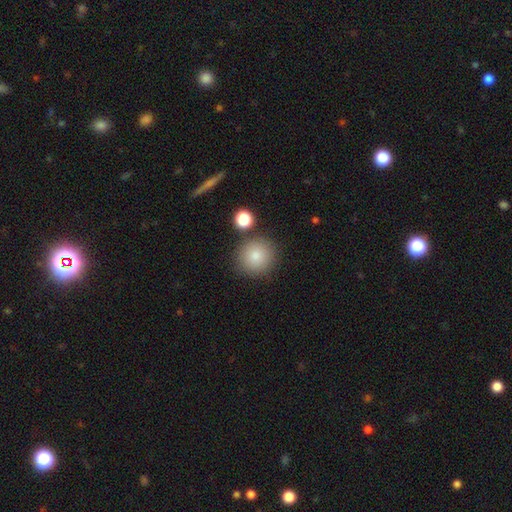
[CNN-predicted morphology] Smooth or featured? smooth (85%)
How rounded? round (92%)
Merging? none (81%)